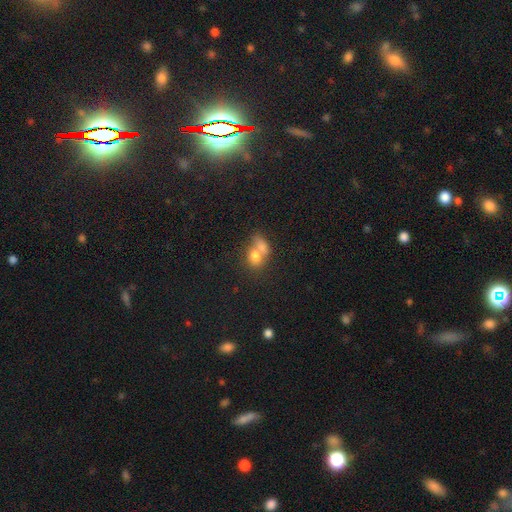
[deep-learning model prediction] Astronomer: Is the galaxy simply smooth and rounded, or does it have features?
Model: smooth — 75%.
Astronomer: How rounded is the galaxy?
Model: in between — 61% (runner-up: round, 37%).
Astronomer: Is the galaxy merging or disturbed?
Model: merger — 67%.